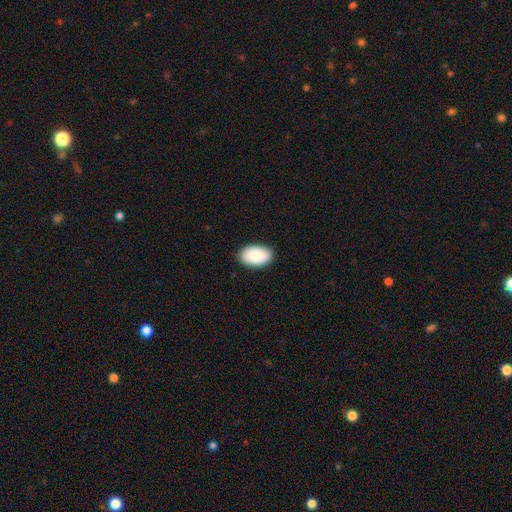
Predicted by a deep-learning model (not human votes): smooth 88%, featured or disk 7%, star or artifact 6%. Down the decision tree: how rounded — in between (94%); merging — none (87%).